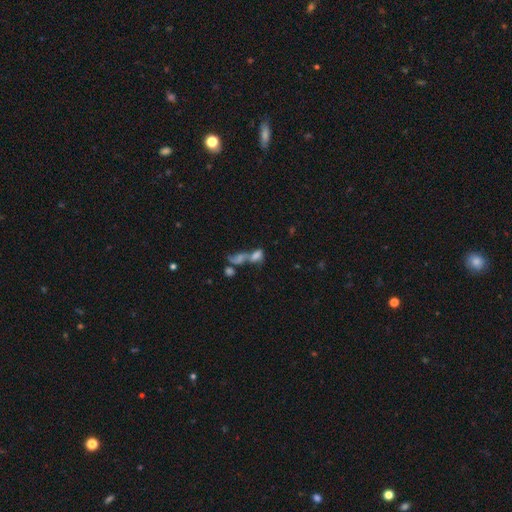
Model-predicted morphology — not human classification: Q: Smooth or featured?
A: smooth (57%); runner-up: featured or disk (26%)
Q: How rounded?
A: in between (75%); runner-up: round (12%)
Q: Merging?
A: merger (68%); runner-up: none (16%)